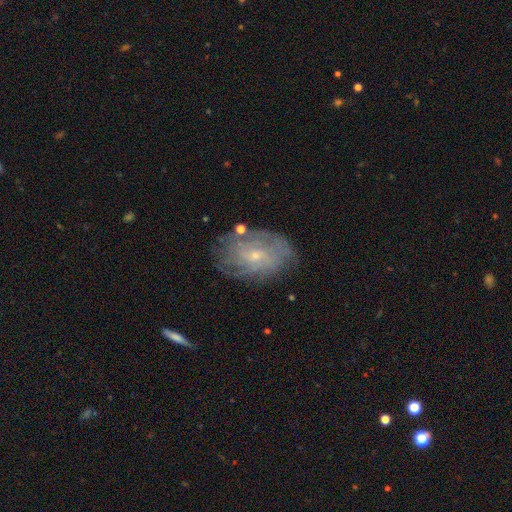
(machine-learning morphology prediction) Smooth or featured?
  - featured or disk: 69% *
  - smooth: 23%
  - star or artifact: 9%
Edge-on disk?
  - no: 96% *
  - yes: 4%
Bar?
  - no: 72% *
  - weak: 24%
  - strong: 4%
Spiral arms?
  - yes: 75% *
  - no: 25%
Bulge size?
  - small: 78% *
  - moderate: 18%
  - none: 2%
  - large: 1%
  - dominant: 1%
Merging?
  - none: 70% *
  - minor disturbance: 20%
  - major disturbance: 8%
  - merger: 3%